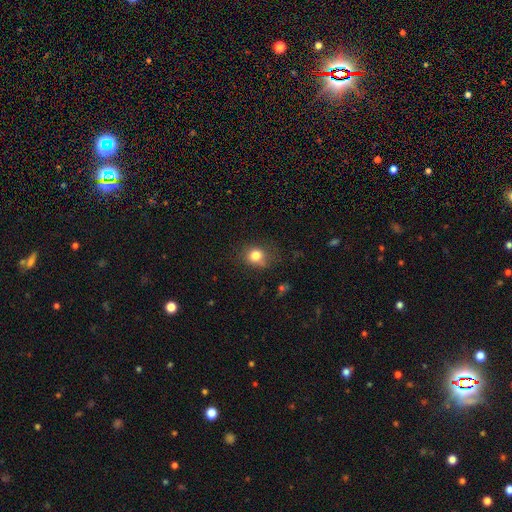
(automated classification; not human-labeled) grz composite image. It shows a smooth galaxy with no disk features (81%) that is round (71%). Merging: none (71%).